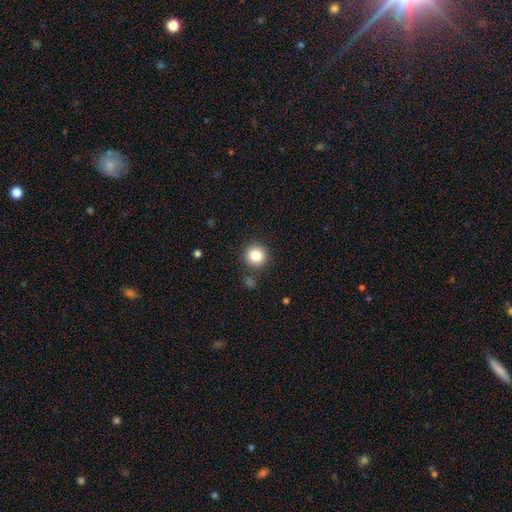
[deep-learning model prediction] smooth_or_featured: smooth (p=0.85) [alt: star or artifact p=0.10]
how_rounded: round (p=0.93) [alt: in between p=0.06]
merging: none (p=0.87) [alt: minor disturbance p=0.08]